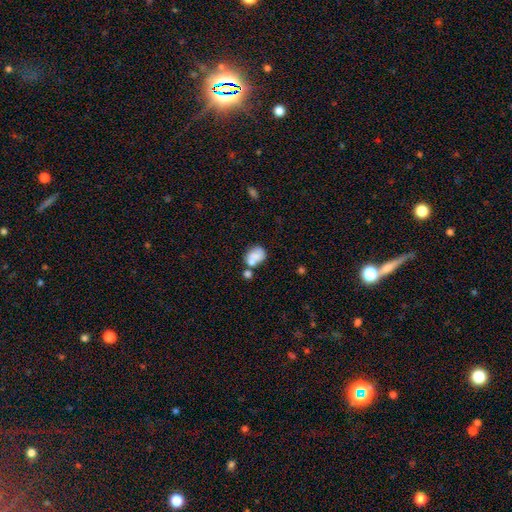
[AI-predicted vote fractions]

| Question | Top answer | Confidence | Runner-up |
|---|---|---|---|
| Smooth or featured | smooth | 68% | featured or disk (23%) |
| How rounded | in between | 61% | round (38%) |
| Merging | none | 38% | merger (35%) |